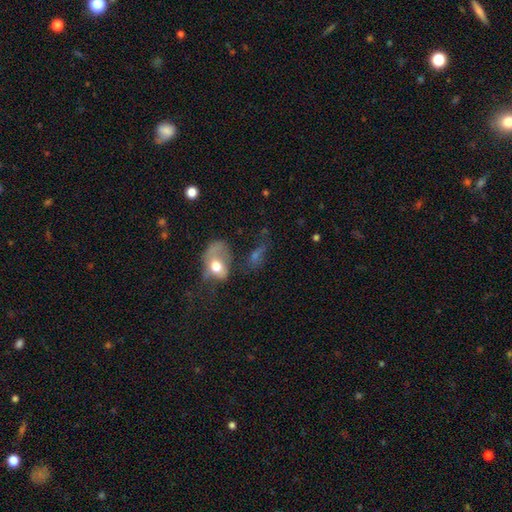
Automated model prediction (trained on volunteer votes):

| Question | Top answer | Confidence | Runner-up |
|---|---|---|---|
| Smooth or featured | smooth | 46% | featured or disk (36%) |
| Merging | major disturbance | 37% | none (28%) |